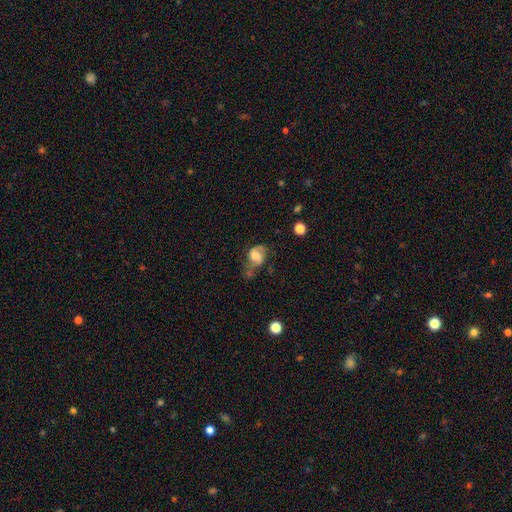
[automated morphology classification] Smooth or featured? featured or disk (49%)
Merging? none (35%)